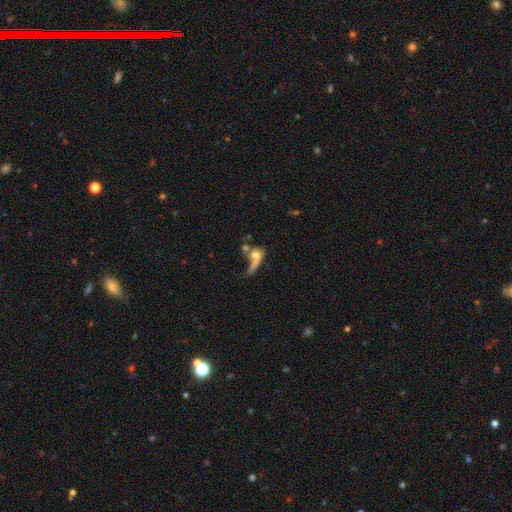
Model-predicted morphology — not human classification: This appears to be a smooth galaxy with no disk features (55%) that is in between round and cigar-shaped (48%). Merging: merger (43%).